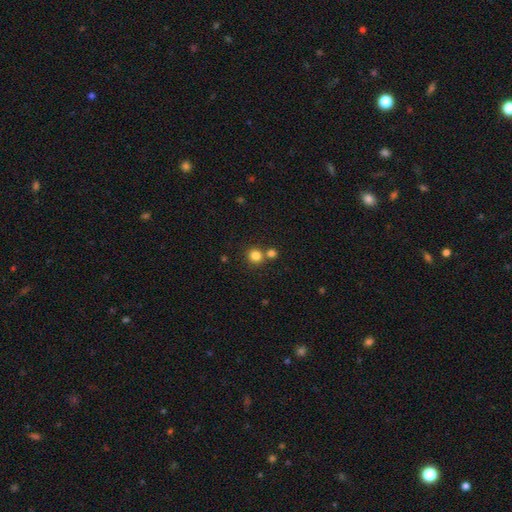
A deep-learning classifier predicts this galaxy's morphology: Smooth or featured?
  - smooth: 81% *
  - star or artifact: 13%
  - featured or disk: 5%
How rounded?
  - round: 92% *
  - in between: 7%
  - cigar-shaped: 1%
Merging?
  - none: 68% *
  - merger: 23%
  - minor disturbance: 6%
  - major disturbance: 2%